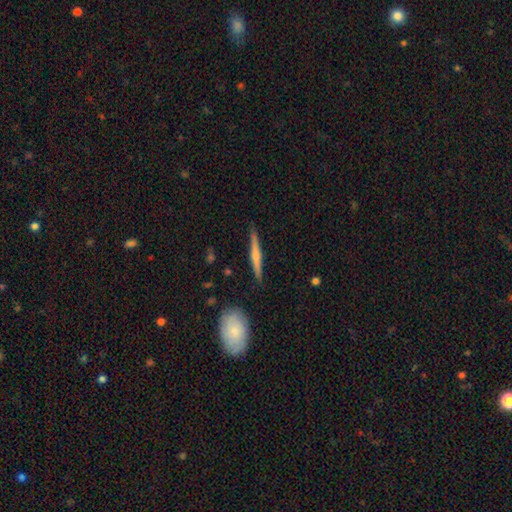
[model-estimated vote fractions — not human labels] Q: Smooth or featured?
A: featured or disk (66%); runner-up: smooth (27%)
Q: Edge-on disk?
A: yes (97%); runner-up: no (3%)
Q: Edge-on bulge?
A: rounded (80%); runner-up: none (13%)
Q: Merging?
A: none (88%); runner-up: minor disturbance (8%)